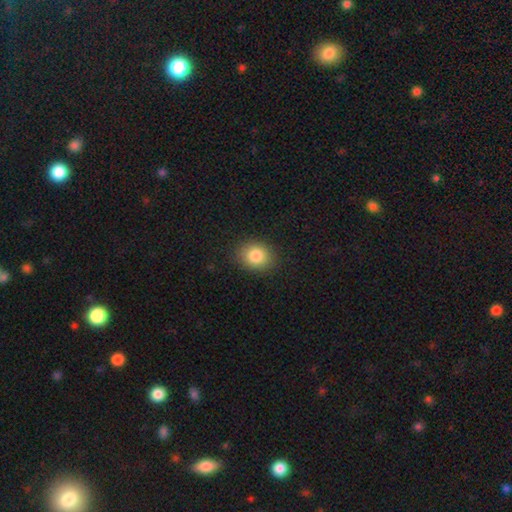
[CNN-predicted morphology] The model was most divided on "how rounded": round: 56%, in between: 43%, cigar-shaped: 1%. More confident: merging — none (89%); smooth or featured — smooth (84%).